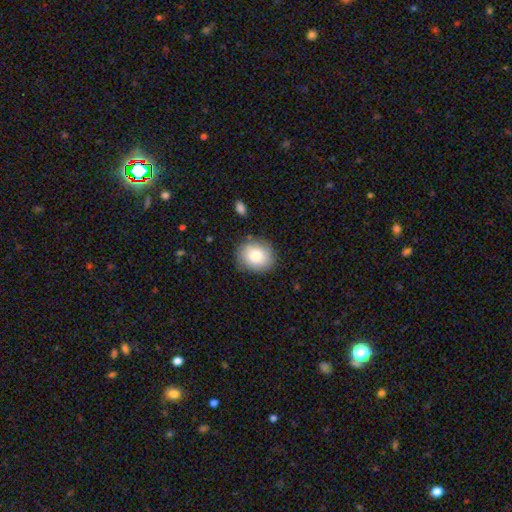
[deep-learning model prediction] Q: Smooth or featured?
A: smooth (83%); runner-up: featured or disk (10%)
Q: How rounded?
A: round (66%); runner-up: in between (33%)
Q: Merging?
A: none (83%); runner-up: minor disturbance (12%)